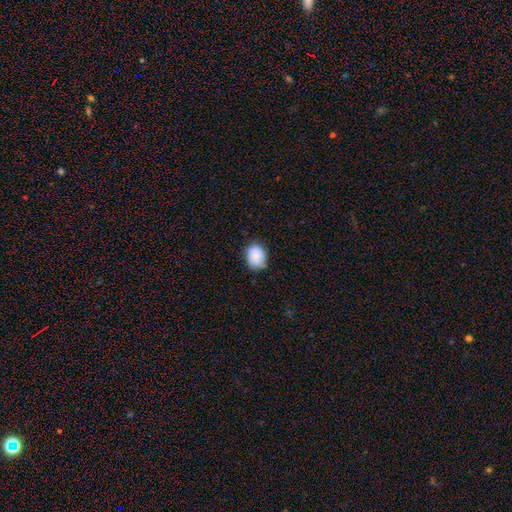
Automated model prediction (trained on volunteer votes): Smooth or featured: smooth — 84% (featured or disk — 9%)
How rounded: in between — 51% (round — 48%)
Merging: none — 75% (minor disturbance — 20%)